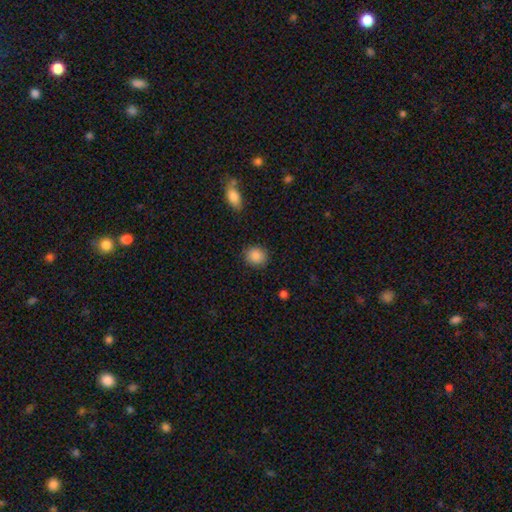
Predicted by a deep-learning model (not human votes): smooth_or_featured: smooth (p=0.88) [alt: star or artifact p=0.08]
how_rounded: round (p=0.79) [alt: in between p=0.20]
merging: none (p=0.87) [alt: minor disturbance p=0.09]